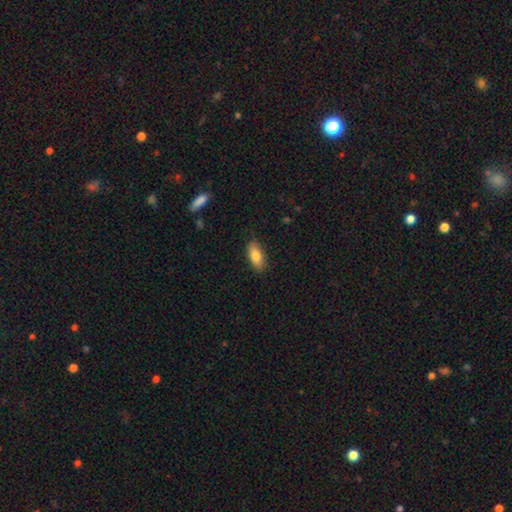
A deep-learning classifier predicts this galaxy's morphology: Smooth or featured: smooth — 81% (featured or disk — 13%)
How rounded: in between — 83% (cigar-shaped — 15%)
Merging: none — 86% (minor disturbance — 11%)